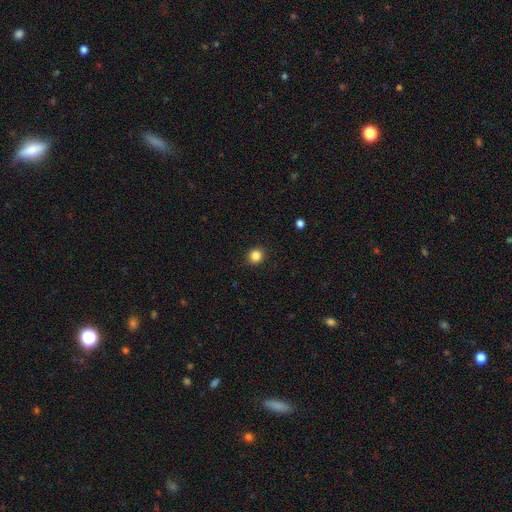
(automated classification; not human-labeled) A smooth galaxy with no disk features (85%) that is round (88%). Merging: none (91%).